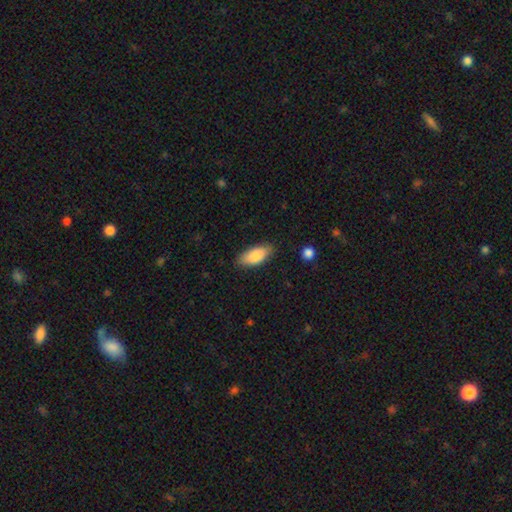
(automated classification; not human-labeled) smooth_or_featured: smooth (p=0.87) [alt: featured or disk p=0.07]
how_rounded: in between (p=0.86) [alt: cigar-shaped p=0.12]
merging: none (p=0.83) [alt: minor disturbance p=0.13]